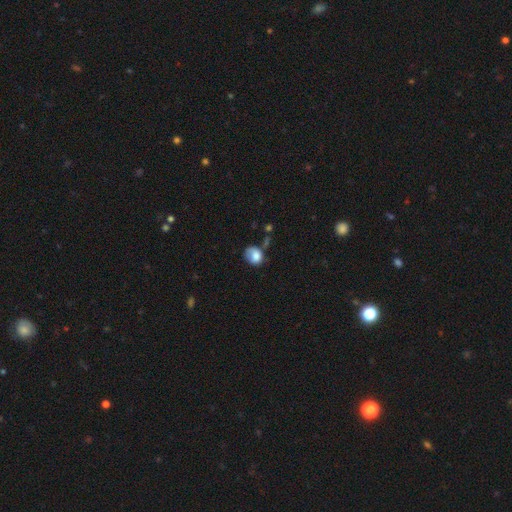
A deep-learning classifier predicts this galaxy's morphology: smooth-or-featured: smooth: 75% | featured or disk: 17% | star or artifact: 9%
  how-rounded: round: 54% | in between: 45% | cigar-shaped: 1%
  merging: none: 36% | minor disturbance: 33% | major disturbance: 21% | merger: 10%